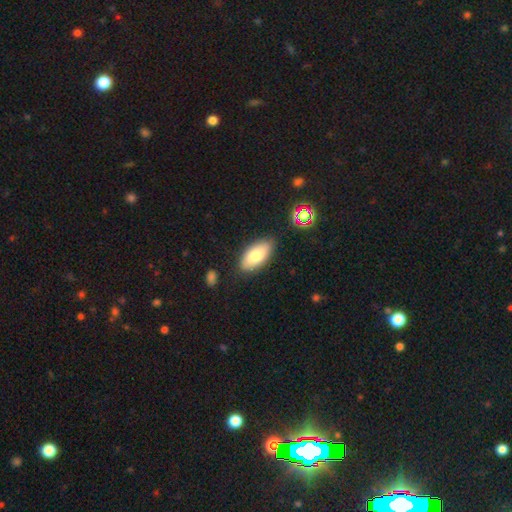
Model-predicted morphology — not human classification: Smooth or featured: smooth — 79% (featured or disk — 13%)
How rounded: in between — 91% (cigar-shaped — 7%)
Merging: none — 84% (minor disturbance — 11%)